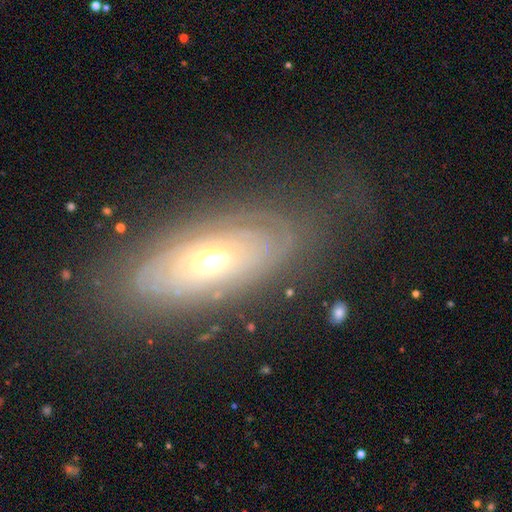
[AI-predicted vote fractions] Q: Smooth or featured?
A: featured or disk (74%); runner-up: smooth (19%)
Q: Edge-on disk?
A: no (83%); runner-up: yes (17%)
Q: Bar?
A: no (82%); runner-up: weak (13%)
Q: Spiral arms?
A: yes (70%); runner-up: no (30%)
Q: Bulge size?
A: moderate (64%); runner-up: small (26%)
Q: Merging?
A: none (72%); runner-up: minor disturbance (17%)